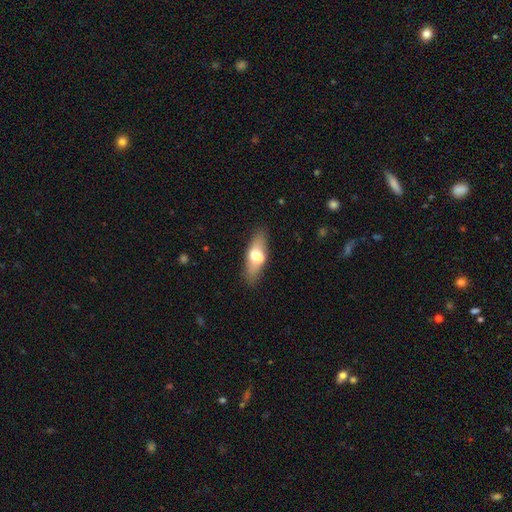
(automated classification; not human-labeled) This appears to be a smooth galaxy with no disk features (54%) that is in between round and cigar-shaped (65%). Merging: none (76%).